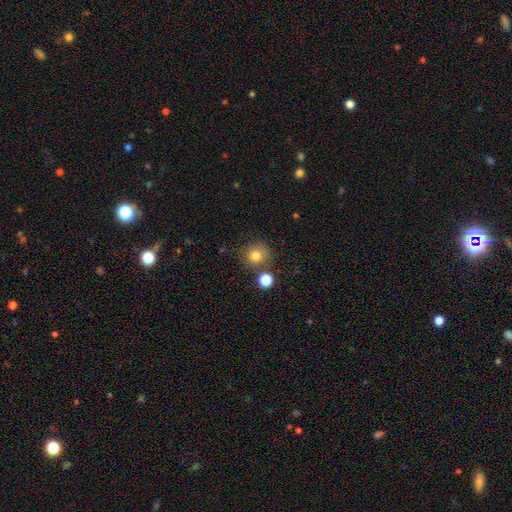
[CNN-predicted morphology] smooth_or_featured: smooth (p=0.78) [alt: star or artifact p=0.14]
how_rounded: round (p=0.92) [alt: in between p=0.07]
merging: none (p=0.78) [alt: minor disturbance p=0.10]